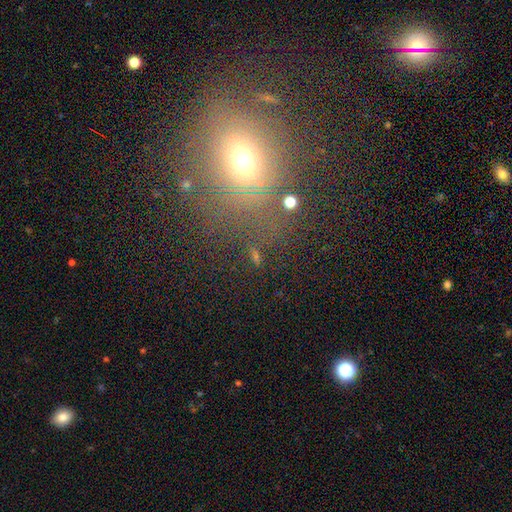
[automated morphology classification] Smooth or featured?
  - smooth: 44% *
  - star or artifact: 40%
  - featured or disk: 16%
Merging?
  - none: 66% *
  - minor disturbance: 13%
  - major disturbance: 12%
  - merger: 9%